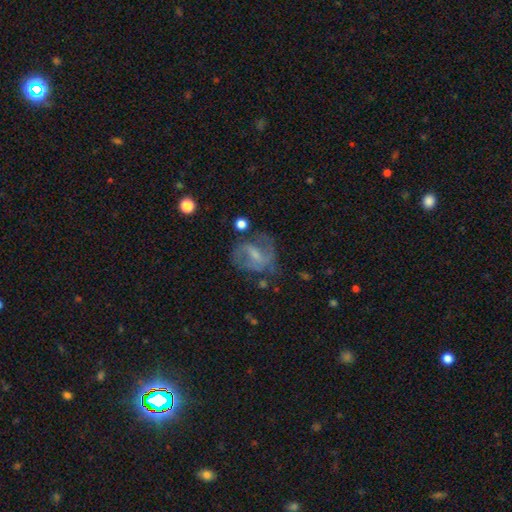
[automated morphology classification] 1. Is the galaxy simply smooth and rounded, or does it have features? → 59% featured or disk, 31% smooth, 10% star or artifact.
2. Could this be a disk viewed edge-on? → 96% no, 4% yes.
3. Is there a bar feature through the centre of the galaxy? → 49% weak, 33% no, 18% strong.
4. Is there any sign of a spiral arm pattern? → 66% yes, 34% no.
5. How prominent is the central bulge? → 47% small, 28% moderate, 21% none, 3% large, 1% dominant.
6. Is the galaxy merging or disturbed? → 47% none, 25% major disturbance, 23% minor disturbance, 4% merger.